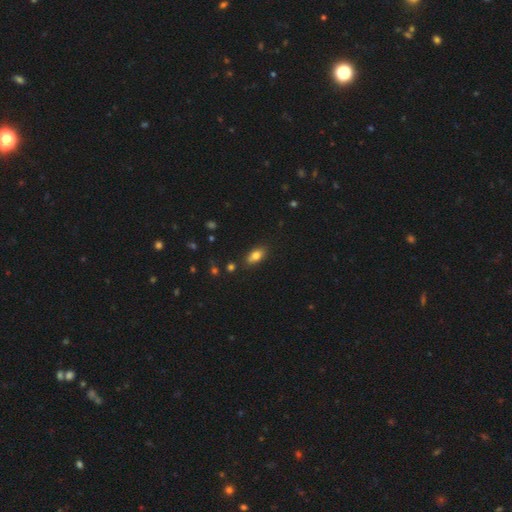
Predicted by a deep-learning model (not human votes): Smooth or featured: smooth — 81% (featured or disk — 11%)
How rounded: in between — 87% (round — 7%)
Merging: none — 81% (minor disturbance — 13%)